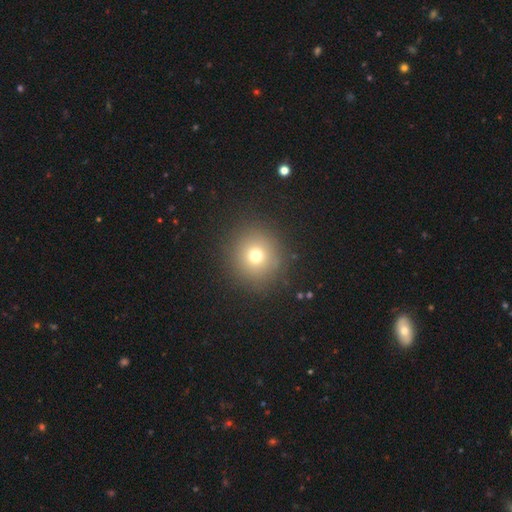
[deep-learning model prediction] This appears to be a smooth galaxy with no disk features (71%) that is round (92%). Merging: none (88%).